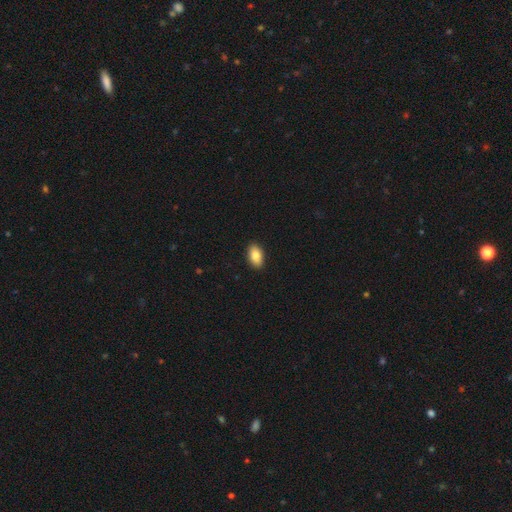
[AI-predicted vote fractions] Morphology: type=smooth (84%); roundness=in between (93%); merging=none (91%).